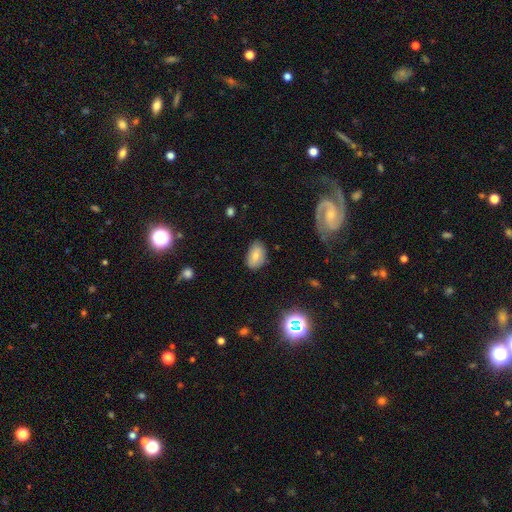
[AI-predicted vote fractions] Smooth or featured?
  - smooth: 76% *
  - featured or disk: 14%
  - star or artifact: 10%
How rounded?
  - in between: 90% *
  - round: 9%
  - cigar-shaped: 1%
Merging?
  - none: 78% *
  - minor disturbance: 17%
  - major disturbance: 4%
  - merger: 1%